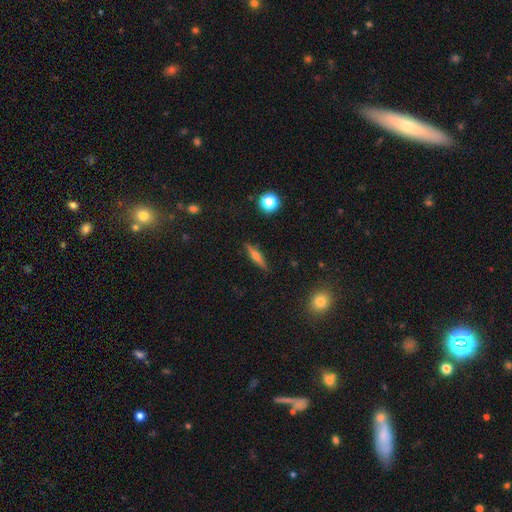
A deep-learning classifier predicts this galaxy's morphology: smooth-or-featured: featured or disk: 47% | smooth: 44% | star or artifact: 9%
  merging: none: 89% | minor disturbance: 8% | major disturbance: 2% | merger: 1%